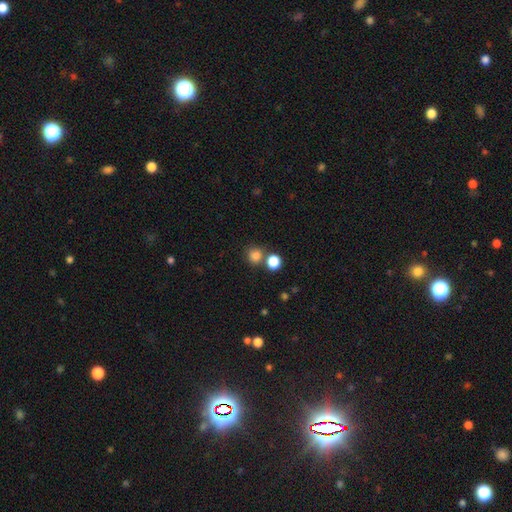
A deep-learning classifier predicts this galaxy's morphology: Smooth or featured?
  - smooth: 81% *
  - star or artifact: 14%
  - featured or disk: 5%
How rounded?
  - round: 86% *
  - in between: 13%
  - cigar-shaped: 1%
Merging?
  - none: 66% *
  - merger: 23%
  - minor disturbance: 8%
  - major disturbance: 3%